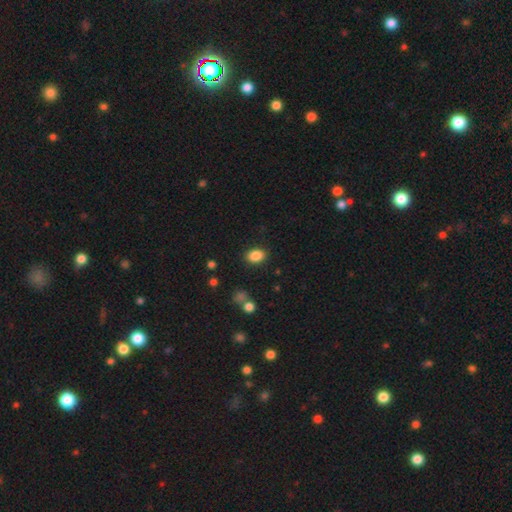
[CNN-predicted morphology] smooth-or-featured: smooth: 87% | star or artifact: 9% | featured or disk: 4%
  how-rounded: in between: 76% | round: 23% | cigar-shaped: 1%
  merging: none: 87% | minor disturbance: 8% | major disturbance: 3% | merger: 2%